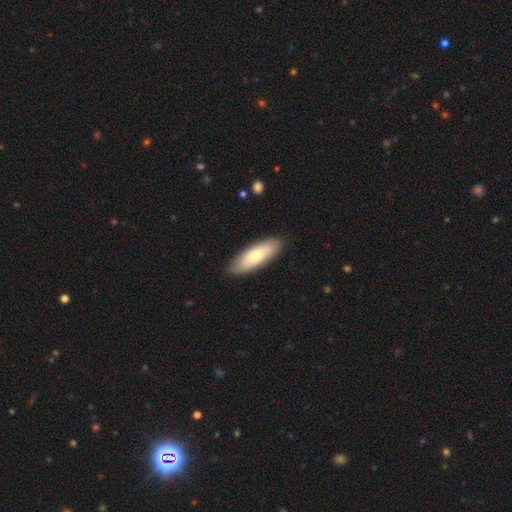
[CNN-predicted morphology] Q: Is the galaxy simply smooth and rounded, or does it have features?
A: smooth — 69%.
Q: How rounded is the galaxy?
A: in between — 64%.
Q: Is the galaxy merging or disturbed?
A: none — 85%.